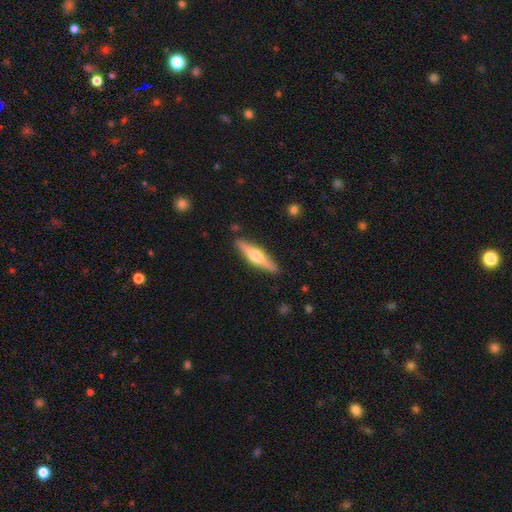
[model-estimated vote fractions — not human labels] smooth_or_featured: featured or disk (p=0.62) [alt: smooth p=0.33]
disk_edge_on: yes (p=0.96) [alt: no p=0.04]
edge_on_bulge: rounded (p=0.93) [alt: boxy p=0.05]
merging: none (p=0.89) [alt: minor disturbance p=0.08]